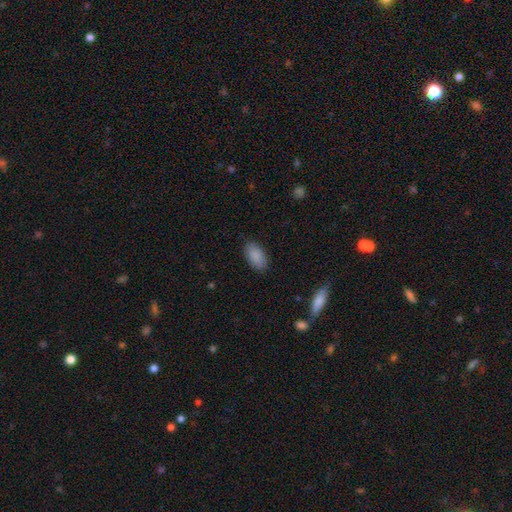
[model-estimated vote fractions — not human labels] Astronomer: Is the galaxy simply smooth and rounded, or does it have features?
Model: smooth — 89%.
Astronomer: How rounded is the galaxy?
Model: in between — 94%.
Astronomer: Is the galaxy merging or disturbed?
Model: none — 85%.